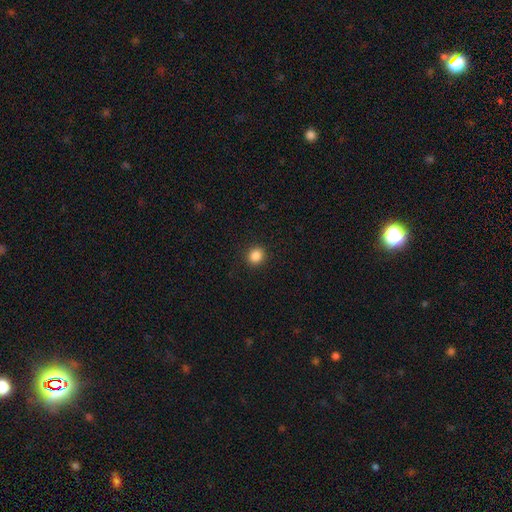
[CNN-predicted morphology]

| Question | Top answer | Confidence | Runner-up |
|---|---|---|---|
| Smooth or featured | smooth | 86% | star or artifact (10%) |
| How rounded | round | 80% | in between (19%) |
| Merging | none | 91% | minor disturbance (6%) |